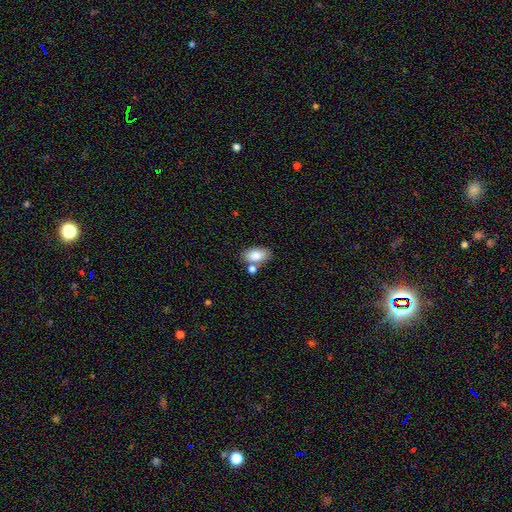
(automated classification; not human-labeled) smooth 84%, featured or disk 9%, star or artifact 7%. Down the decision tree: how rounded — in between (92%); merging — none (63%).